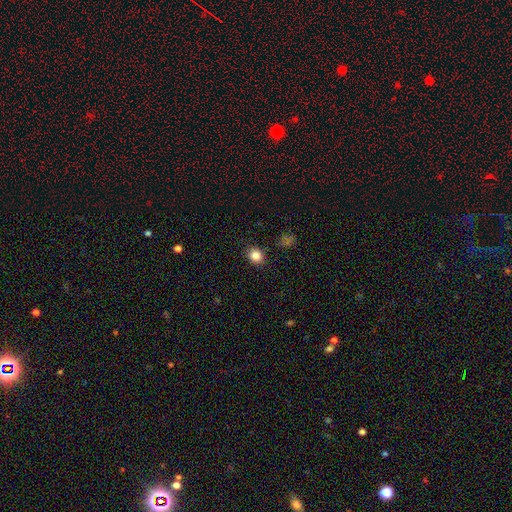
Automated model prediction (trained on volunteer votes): Morphology: type=smooth (84%); roundness=round (65%); merging=none (88%).